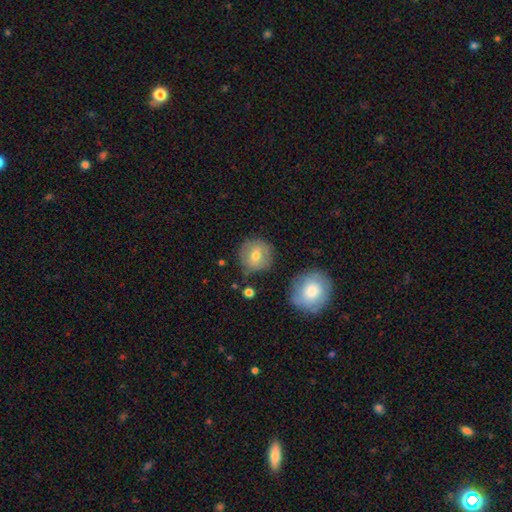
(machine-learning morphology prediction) Overall: smooth (69%). How rounded: round (90%). Merging: none (78%).